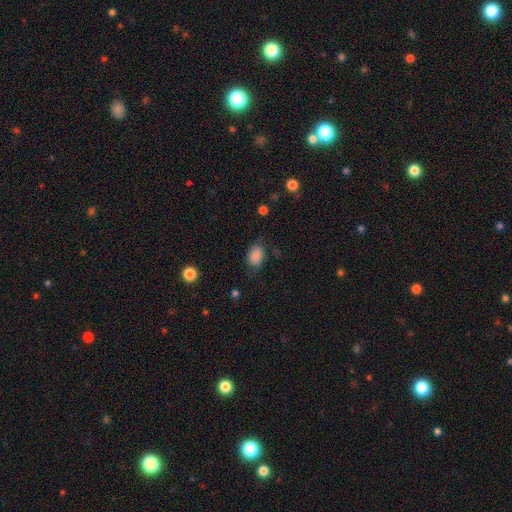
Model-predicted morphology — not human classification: A smooth galaxy with no disk features (87%) that is in between round and cigar-shaped (78%).

Vote fractions:
- Smooth or featured? smooth: 87% / star or artifact: 9% / featured or disk: 5%
- How rounded? in between: 78% / round: 21% / cigar-shaped: 1%
- Merging? none: 71% / minor disturbance: 21% / major disturbance: 7% / merger: 2%